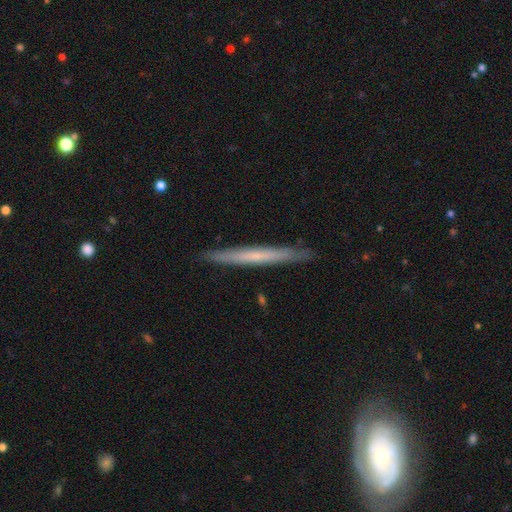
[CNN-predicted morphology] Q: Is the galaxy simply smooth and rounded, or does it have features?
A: smooth — 50%.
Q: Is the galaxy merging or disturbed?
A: none — 90%.